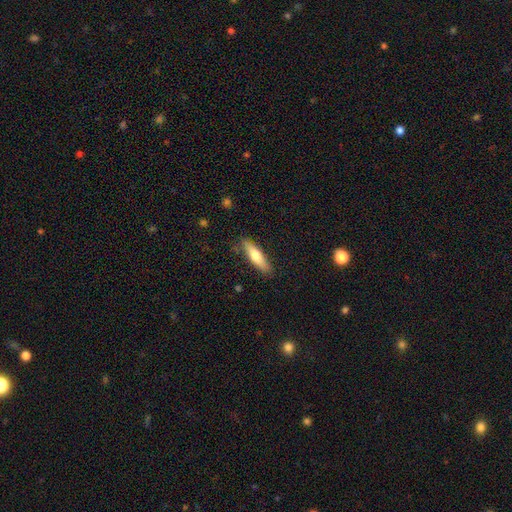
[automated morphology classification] Q: Smooth or featured?
A: smooth (66%); runner-up: featured or disk (28%)
Q: How rounded?
A: cigar-shaped (69%); runner-up: in between (29%)
Q: Merging?
A: none (83%); runner-up: minor disturbance (13%)